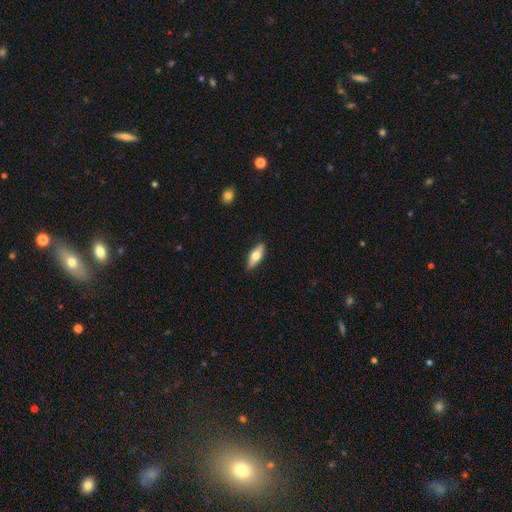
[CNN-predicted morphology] This is likely a smooth galaxy (61%). How rounded: likely in between (66%). Merging: clearly none (88%).